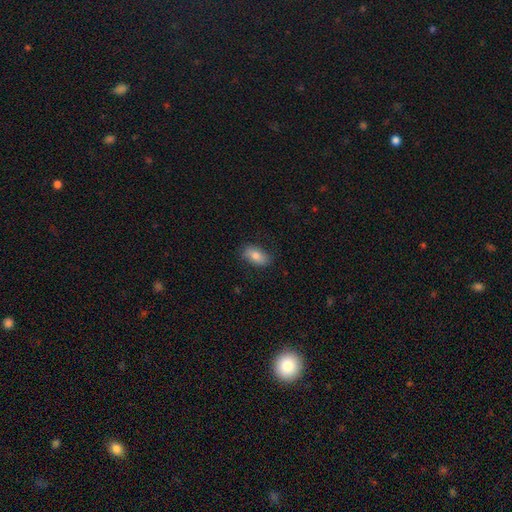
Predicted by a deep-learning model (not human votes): Q: Smooth or featured?
A: smooth (78%); runner-up: featured or disk (14%)
Q: How rounded?
A: in between (90%); runner-up: round (6%)
Q: Merging?
A: none (82%); runner-up: minor disturbance (14%)